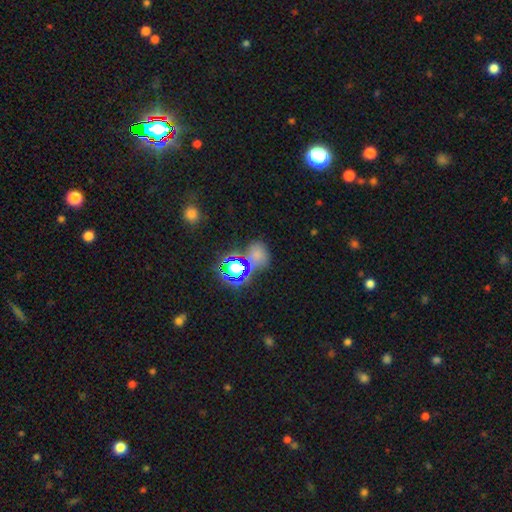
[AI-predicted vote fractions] Smooth or featured?
  - smooth: 54% *
  - star or artifact: 37%
  - featured or disk: 9%
How rounded?
  - round: 53% *
  - in between: 45%
  - cigar-shaped: 1%
Merging?
  - none: 57% *
  - merger: 19%
  - minor disturbance: 16%
  - major disturbance: 9%